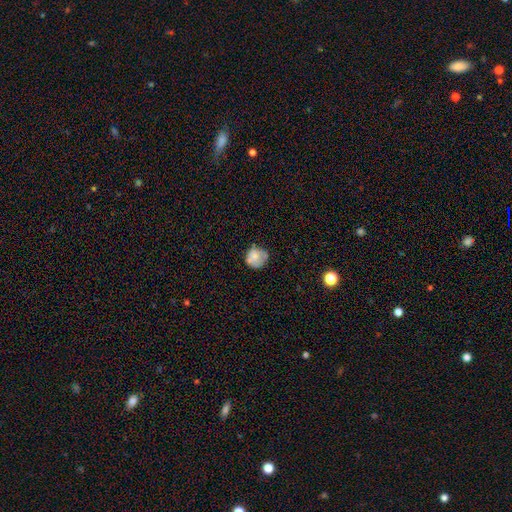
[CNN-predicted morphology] Smooth or featured? smooth (73%)
How rounded? round (80%)
Merging? none (58%)